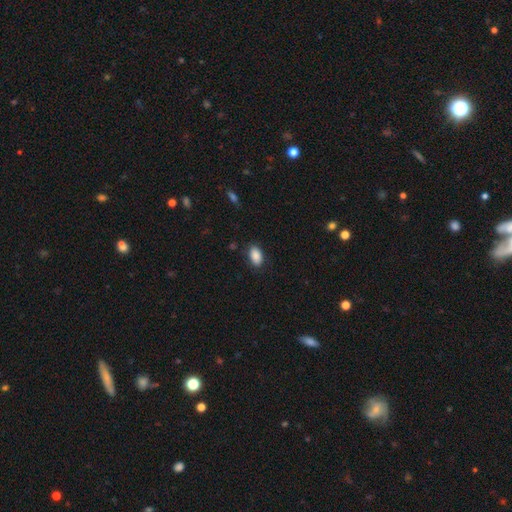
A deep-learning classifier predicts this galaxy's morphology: Smooth or featured: smooth — 89% (star or artifact — 7%)
How rounded: in between — 92% (round — 6%)
Merging: none — 84% (minor disturbance — 12%)